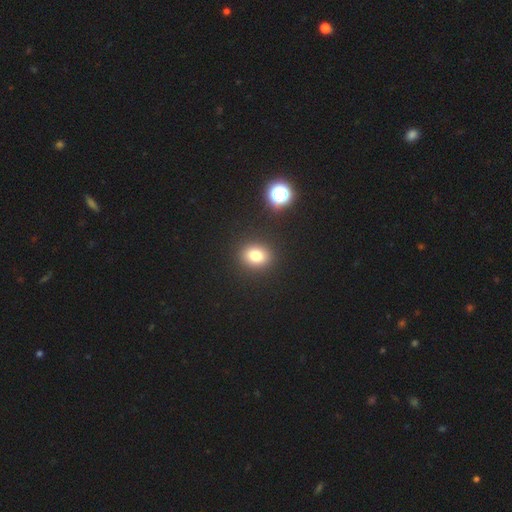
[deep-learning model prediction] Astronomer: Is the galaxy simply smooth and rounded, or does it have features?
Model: smooth — 77%.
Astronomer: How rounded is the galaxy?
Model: round — 60% (runner-up: in between, 39%).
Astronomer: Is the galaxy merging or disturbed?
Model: none — 90%.